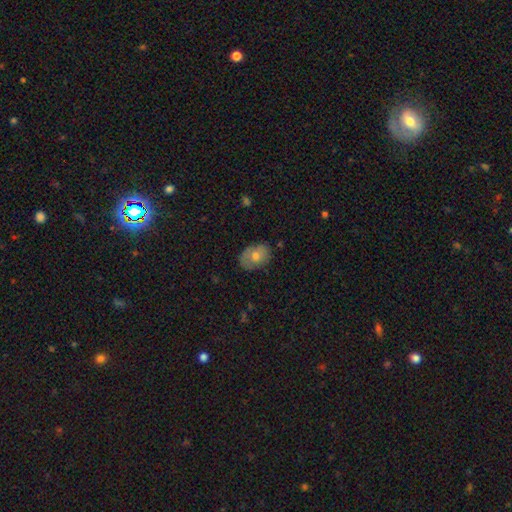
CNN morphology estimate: Smooth or featured? Predicted: smooth (p=0.62). How rounded? Predicted: in between (p=0.75). Merging? Predicted: none (p=0.76).